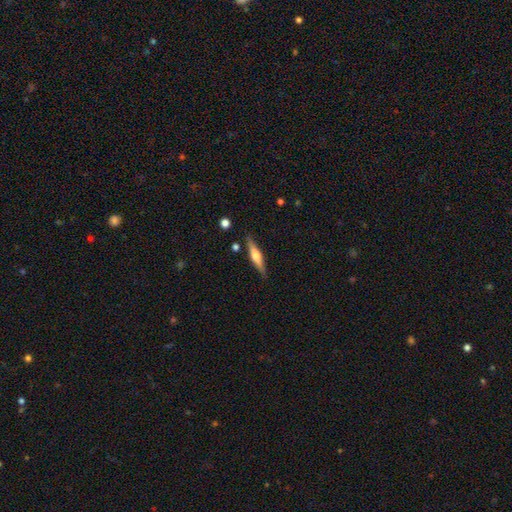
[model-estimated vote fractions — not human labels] smooth-or-featured: featured or disk: 56% | smooth: 38% | star or artifact: 6%
  disk-edge-on: yes: 95% | no: 5%
    edge-on-bulge: rounded: 86% | boxy: 9% | none: 5%
  merging: none: 86% | minor disturbance: 9% | merger: 2% | major disturbance: 2%